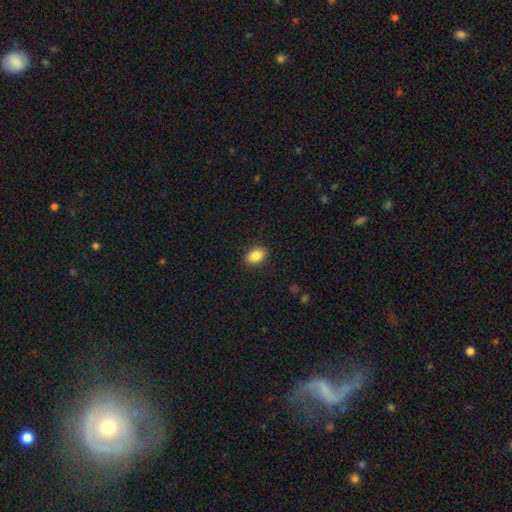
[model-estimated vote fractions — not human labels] Morphology: type=smooth (88%); roundness=in between (85%); merging=none (90%).